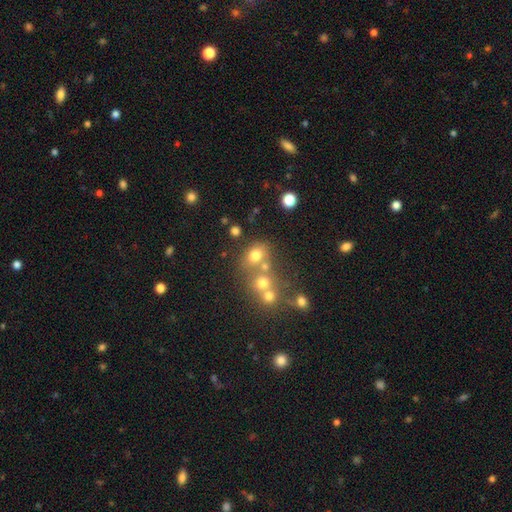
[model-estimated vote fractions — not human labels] The model was most divided on "how rounded": round: 56%, in between: 43%, cigar-shaped: 1%. More confident: smooth or featured — smooth (69%); merging — none (51%).